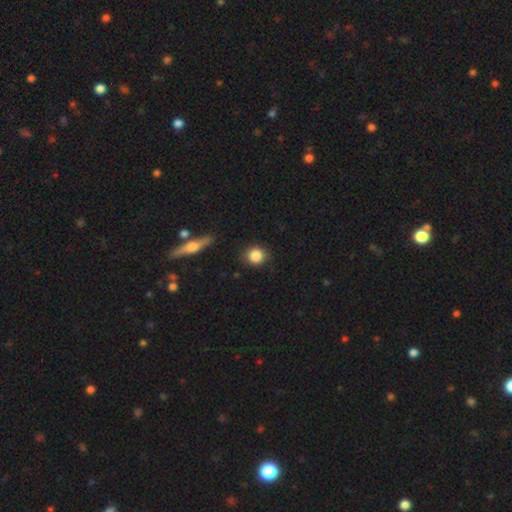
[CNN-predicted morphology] Smooth or featured?
  - smooth: 86% *
  - star or artifact: 9%
  - featured or disk: 6%
How rounded?
  - round: 87% *
  - in between: 11%
  - cigar-shaped: 2%
Merging?
  - none: 83% *
  - minor disturbance: 11%
  - major disturbance: 3%
  - merger: 3%